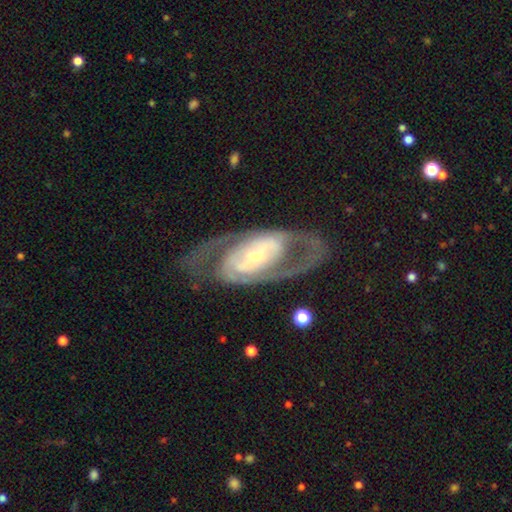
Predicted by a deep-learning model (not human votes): The model was most divided on "spiral winding": medium: 43%, tight: 42%, loose: 16%. Remaining: edge-on disk — no (93%); smooth or featured — featured or disk (85%); spiral arms — yes (83%); spiral arm count — 2 (75%); merging — none (69%); bulge size — small (49%); bar — no (37%).